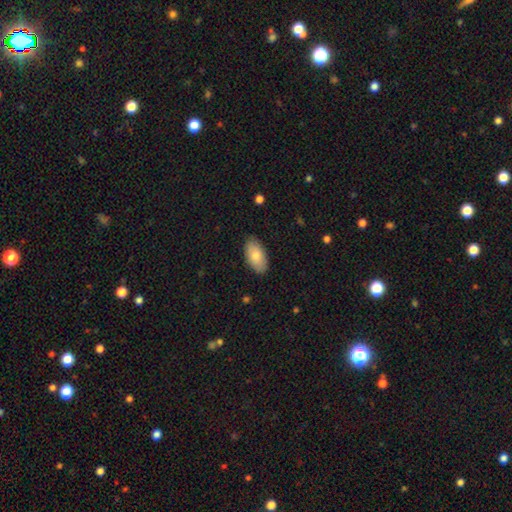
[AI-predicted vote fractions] smooth-or-featured: smooth: 81% | featured or disk: 13% | star or artifact: 6%
  how-rounded: in between: 95% | round: 3% | cigar-shaped: 3%
  merging: none: 85% | minor disturbance: 12% | major disturbance: 2% | merger: 1%